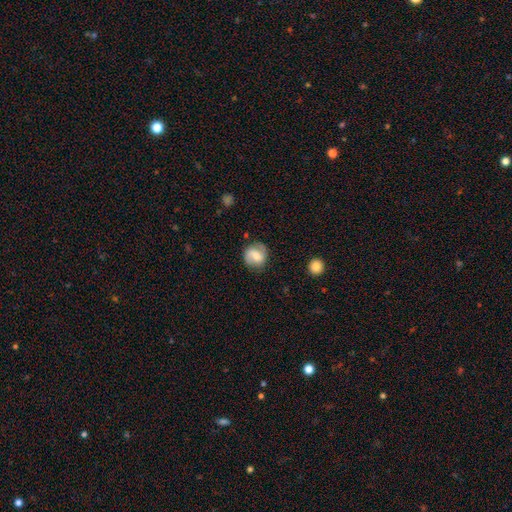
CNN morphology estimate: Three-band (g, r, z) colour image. It shows a featured or disk galaxy (48%). Merging: none (77%).